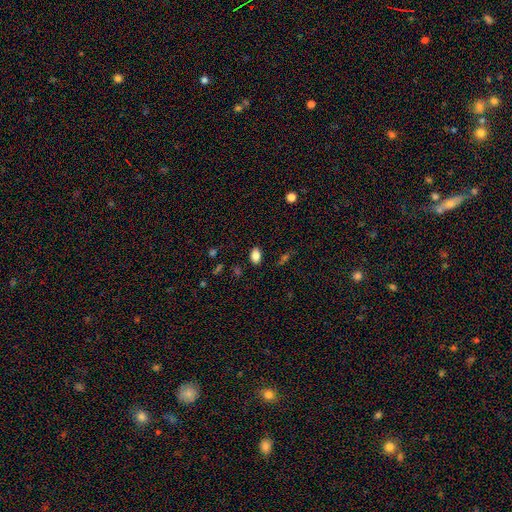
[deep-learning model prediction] Smooth or featured? smooth (83%)
How rounded? in between (88%)
Merging? none (85%)